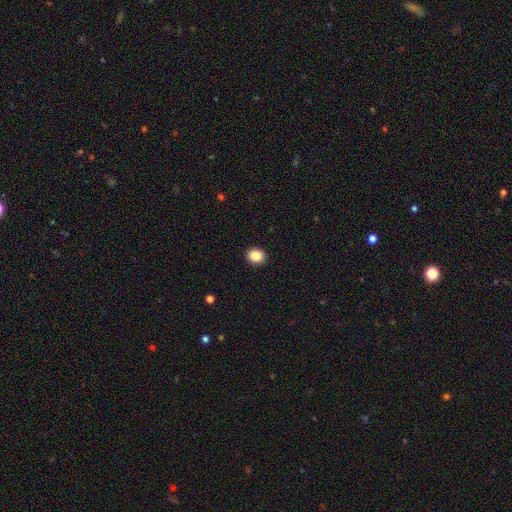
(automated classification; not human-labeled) This is clearly a smooth galaxy (87%). How rounded: likely round (66%). Merging: clearly none (92%).